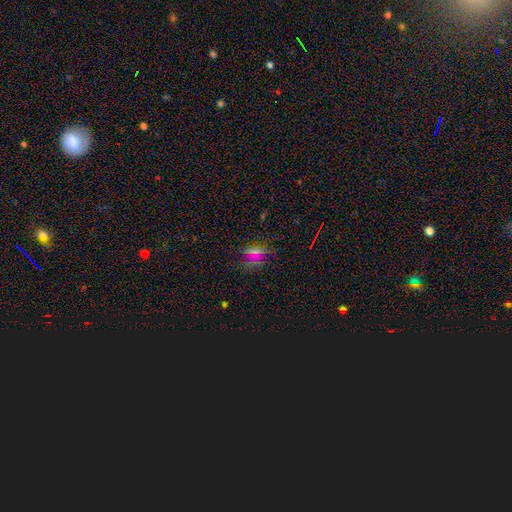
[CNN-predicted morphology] Smooth or featured?
  - star or artifact: 45% *
  - smooth: 42%
  - featured or disk: 13%